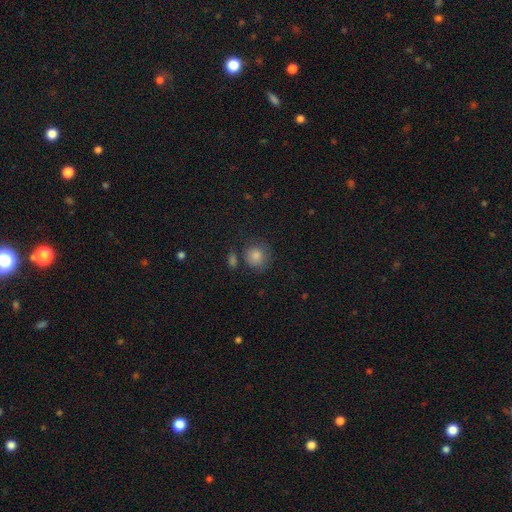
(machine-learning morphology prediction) smooth 79%, star or artifact 13%, featured or disk 8%. Down the decision tree: how rounded — round (88%); merging — none (73%).